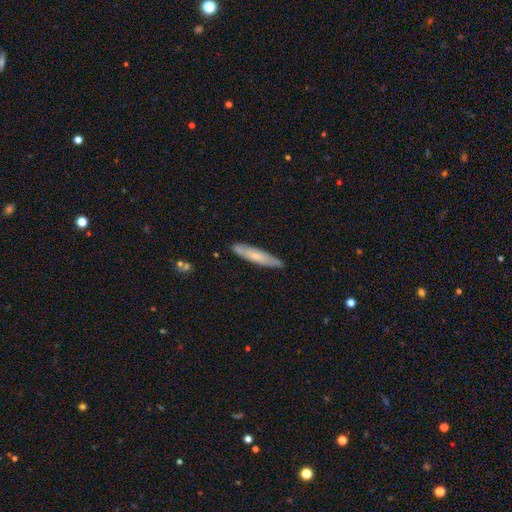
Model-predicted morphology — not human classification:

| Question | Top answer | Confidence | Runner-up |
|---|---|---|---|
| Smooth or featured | smooth | 56% | featured or disk (38%) |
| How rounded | cigar-shaped | 89% | in between (10%) |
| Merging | none | 84% | minor disturbance (12%) |